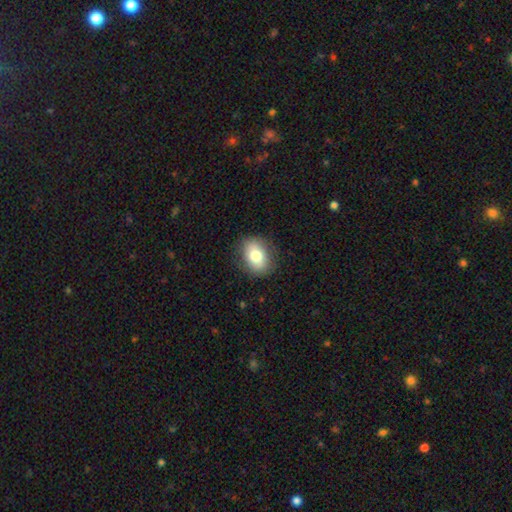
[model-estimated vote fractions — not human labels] The model was most divided on "how rounded": in between: 69%, round: 30%, cigar-shaped: 1%. More confident: merging — none (85%); smooth or featured — smooth (77%).